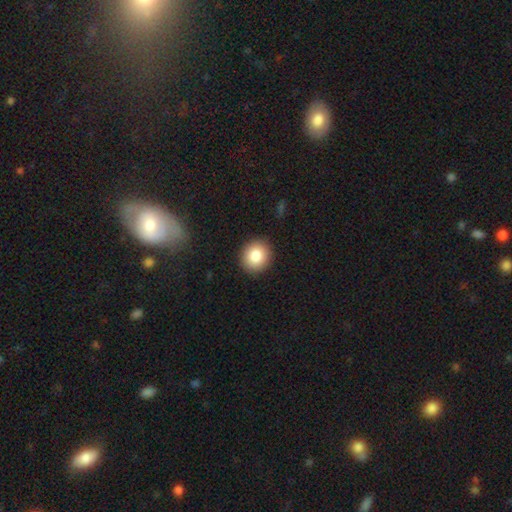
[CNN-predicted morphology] type=smooth (84%); roundness=round (80%); merging=none (91%).